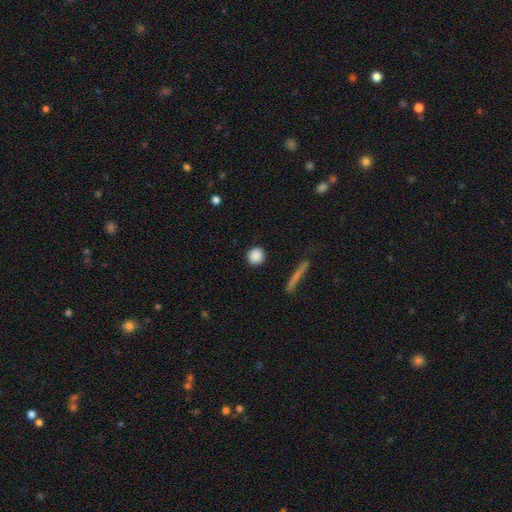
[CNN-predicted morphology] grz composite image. It shows a smooth galaxy with no disk features (88%) that is round (92%). Merging: none (90%).